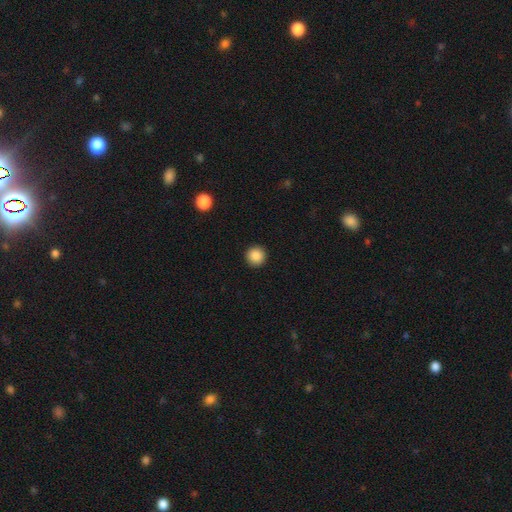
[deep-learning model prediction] smooth-or-featured: smooth: 88% | star or artifact: 9% | featured or disk: 3%
  how-rounded: round: 95% | in between: 4% | cigar-shaped: 1%
  merging: none: 93% | minor disturbance: 5% | major disturbance: 2% | merger: 1%